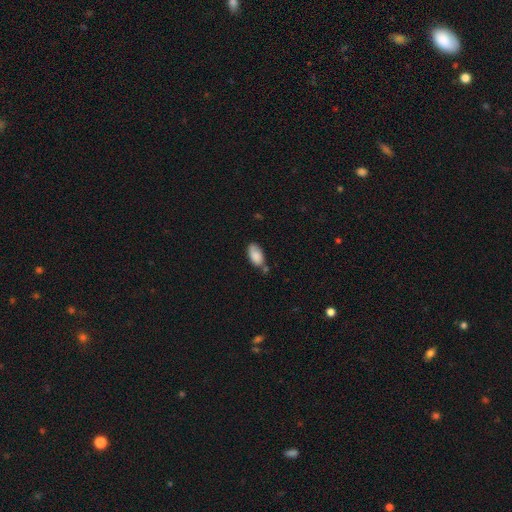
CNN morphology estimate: Smooth or featured: smooth — 83% (featured or disk — 10%)
How rounded: in between — 94% (round — 3%)
Merging: none — 57% (minor disturbance — 25%)